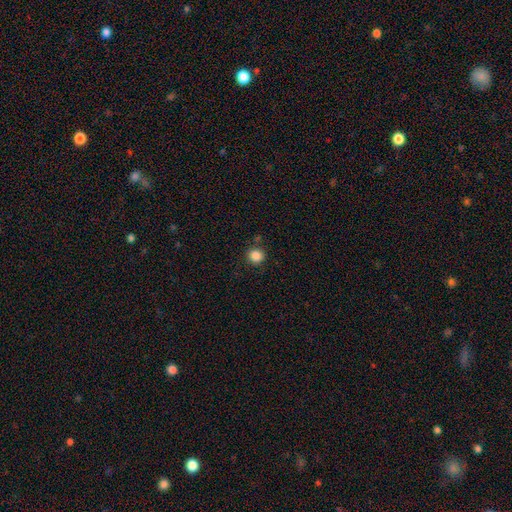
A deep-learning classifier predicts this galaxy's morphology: smooth_or_featured: smooth (p=0.86) [alt: star or artifact p=0.11]
how_rounded: round (p=0.93) [alt: in between p=0.06]
merging: none (p=0.85) [alt: minor disturbance p=0.08]